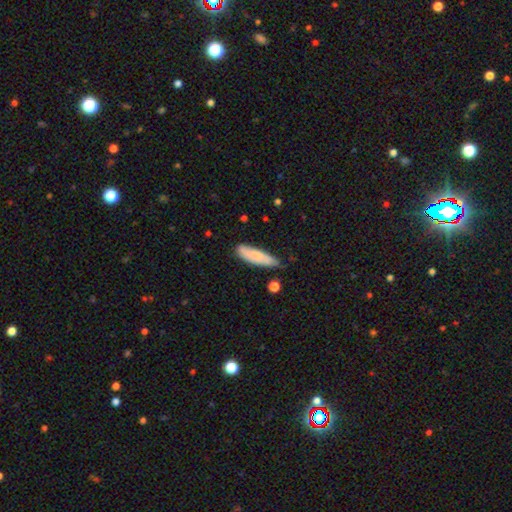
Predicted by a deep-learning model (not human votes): Overall: smooth (79%). How rounded: cigar-shaped (60%; in between 38%). Merging: none (63%; minor disturbance 29%).